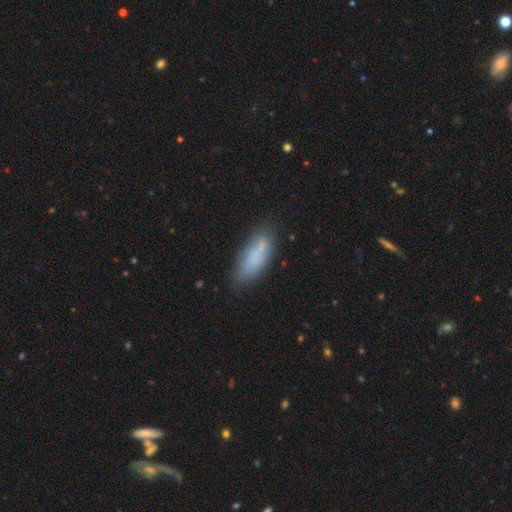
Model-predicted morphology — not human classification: This is likely a smooth galaxy (73%). How rounded: likely in between (68%). Merging: likely none (64%).